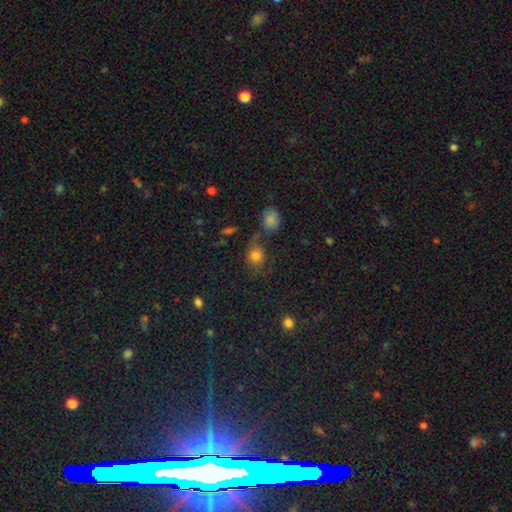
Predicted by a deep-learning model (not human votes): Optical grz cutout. It shows a smooth galaxy with no disk features (75%) that is round (67%). Merging: none (54%).